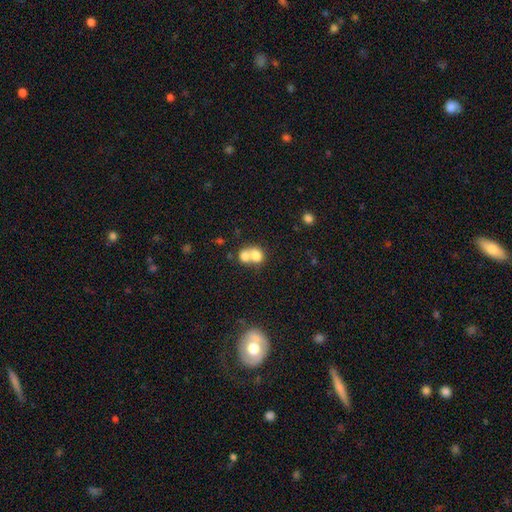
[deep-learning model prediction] Smooth or featured? Predicted: smooth (p=0.73). How rounded? Predicted: round (p=0.59). Merging? Predicted: merger (p=0.71).